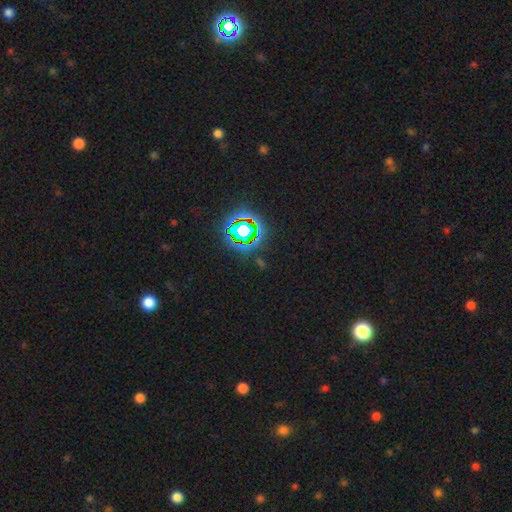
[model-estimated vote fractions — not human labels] Smooth or featured: star or artifact — 76% (smooth — 16%)